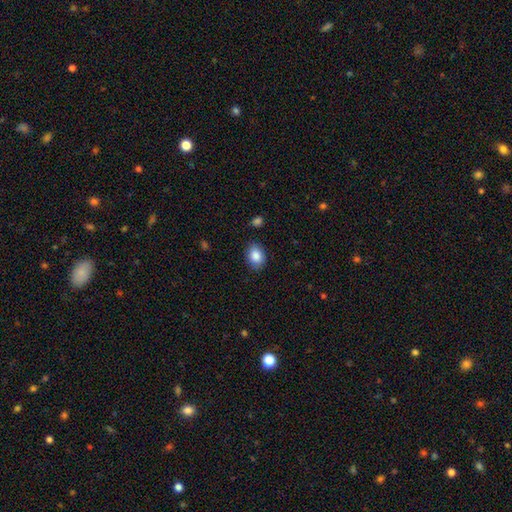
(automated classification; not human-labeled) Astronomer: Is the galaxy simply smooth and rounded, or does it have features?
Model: smooth — 87%.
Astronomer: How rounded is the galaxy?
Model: in between — 71%.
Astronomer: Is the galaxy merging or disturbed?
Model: none — 84%.